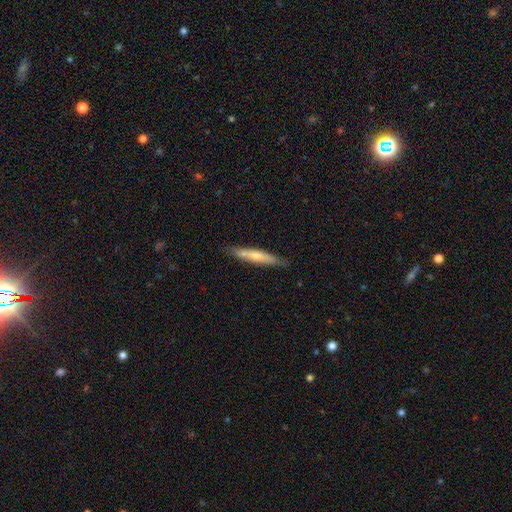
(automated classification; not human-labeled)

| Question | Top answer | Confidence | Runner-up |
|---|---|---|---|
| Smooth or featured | smooth | 58% | featured or disk (36%) |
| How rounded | cigar-shaped | 92% | in between (7%) |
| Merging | none | 82% | minor disturbance (13%) |